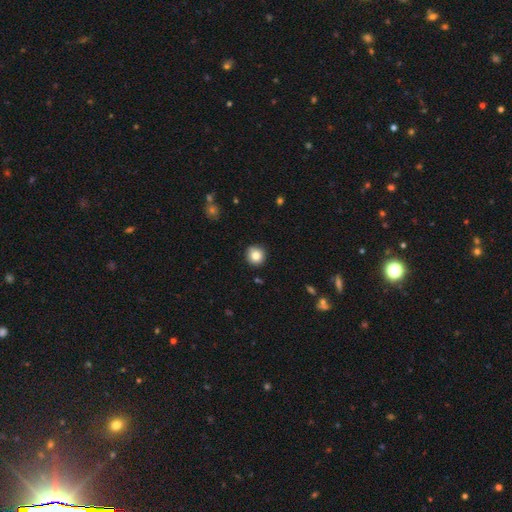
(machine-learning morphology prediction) The model was most divided on "smooth or featured": smooth: 83%, star or artifact: 10%, featured or disk: 7%. More confident: how rounded — round (94%); merging — none (91%).